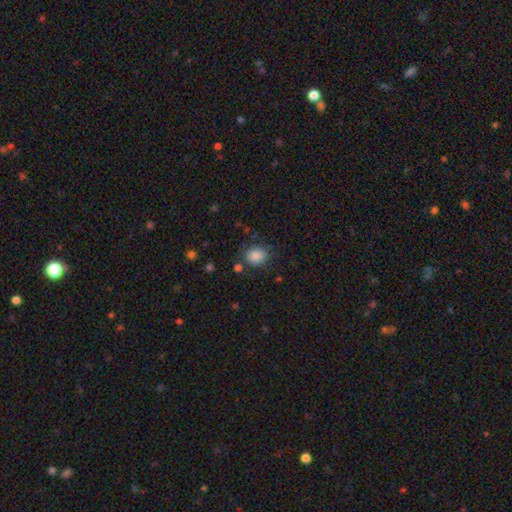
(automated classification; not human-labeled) Overall: smooth (86%). How rounded: round (67%; in between 32%). Merging: none (78%).